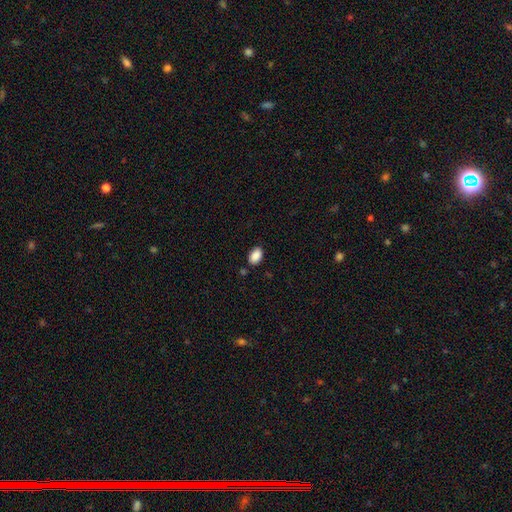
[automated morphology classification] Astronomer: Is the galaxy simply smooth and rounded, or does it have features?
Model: smooth — 89%.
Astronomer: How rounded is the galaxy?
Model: in between — 90%.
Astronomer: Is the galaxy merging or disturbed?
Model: none — 83%.